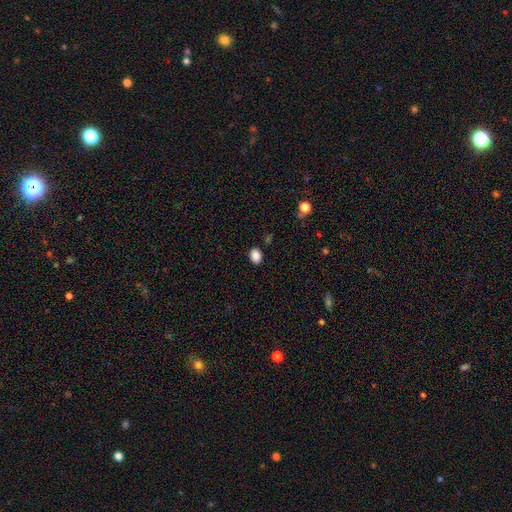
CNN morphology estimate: This is clearly a smooth galaxy (87%). How rounded: likely in between (70%). Merging: clearly none (87%).